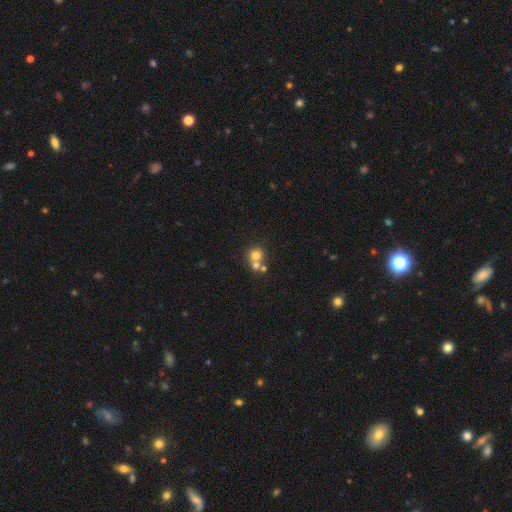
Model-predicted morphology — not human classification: Smooth or featured? smooth (70%)
How rounded? round (84%)
Merging? merger (48%)